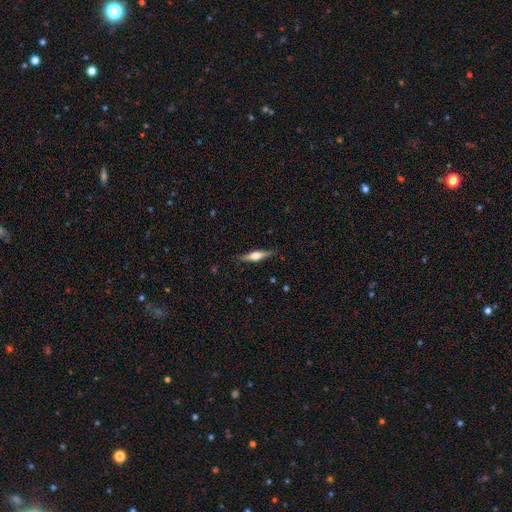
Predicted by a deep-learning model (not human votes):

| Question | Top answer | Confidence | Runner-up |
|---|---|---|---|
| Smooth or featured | featured or disk | 61% | smooth (33%) |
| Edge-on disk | yes | 97% | no (3%) |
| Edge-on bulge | rounded | 90% | boxy (8%) |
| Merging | none | 87% | minor disturbance (10%) |